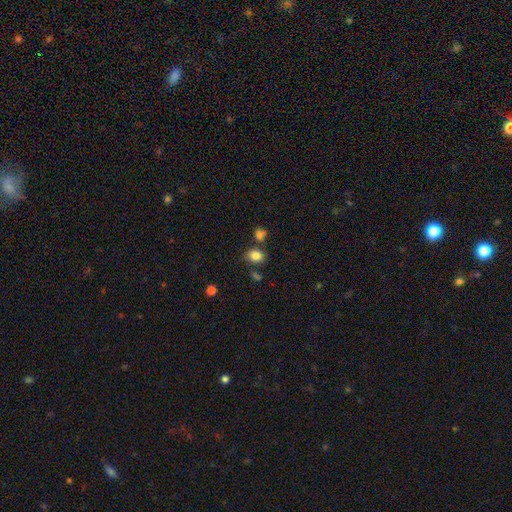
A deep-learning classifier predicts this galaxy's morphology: Smooth or featured: smooth — 83% (star or artifact — 10%)
How rounded: in between — 56% (round — 43%)
Merging: none — 69% (merger — 14%)